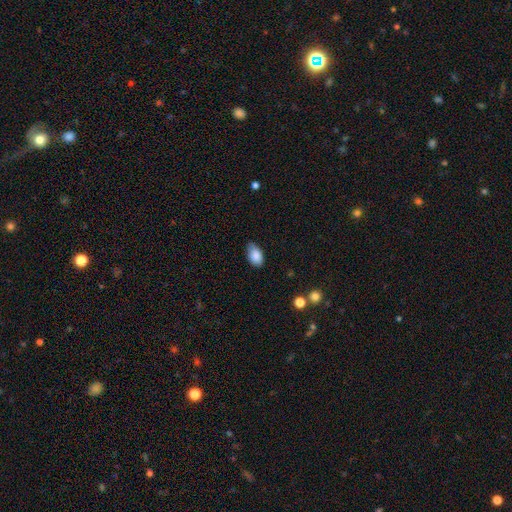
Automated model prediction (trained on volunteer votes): Smooth or featured? smooth (87%)
How rounded? in between (92%)
Merging? none (69%)